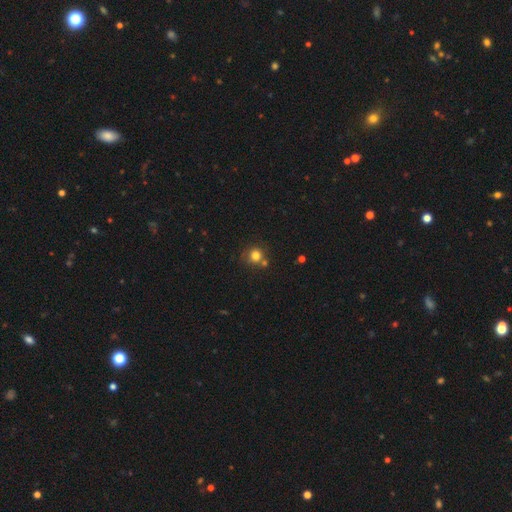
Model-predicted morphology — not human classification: Smooth or featured: smooth — 79% (star or artifact — 13%)
How rounded: round — 88% (in between — 11%)
Merging: none — 65% (merger — 20%)